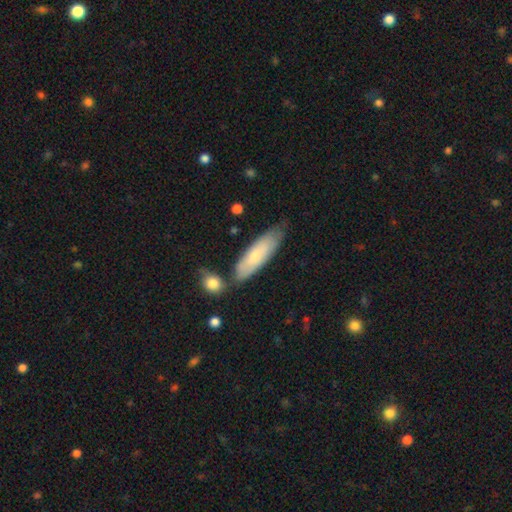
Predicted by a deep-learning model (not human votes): smooth-or-featured: smooth: 66% | featured or disk: 28% | star or artifact: 5%
  how-rounded: cigar-shaped: 51% | in between: 47% | round: 2%
  merging: none: 68% | minor disturbance: 20% | merger: 8% | major disturbance: 4%